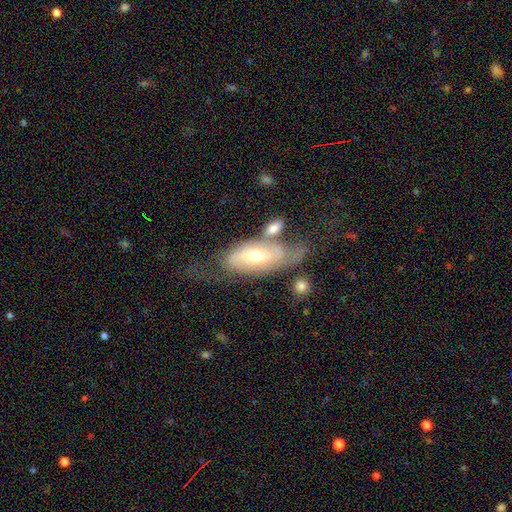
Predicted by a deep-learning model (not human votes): Smooth or featured? featured or disk (57%)
Edge-on disk? no (85%)
Merging? none (34%)